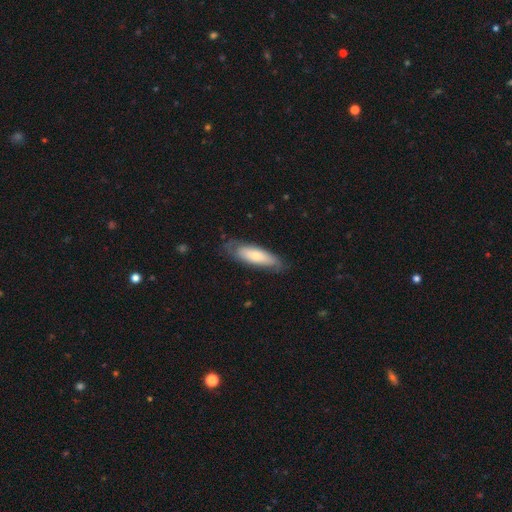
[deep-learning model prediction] Smooth or featured: smooth — 62% (featured or disk — 33%)
How rounded: in between — 53% (cigar-shaped — 46%)
Merging: none — 69% (minor disturbance — 22%)